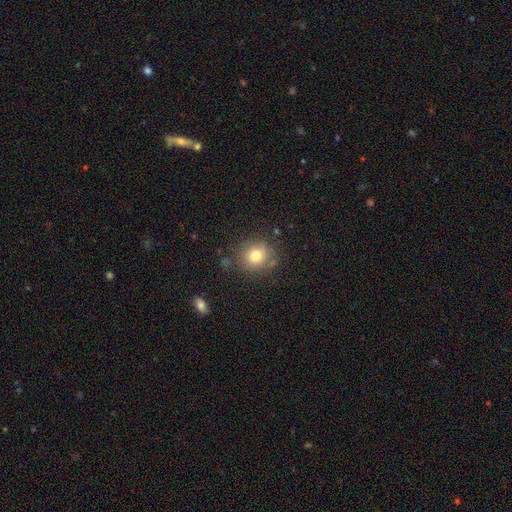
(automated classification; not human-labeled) A smooth galaxy with no disk features (79%) that is round (85%).

Vote fractions:
- Smooth or featured? smooth: 79% / star or artifact: 12% / featured or disk: 9%
- How rounded? round: 85% / in between: 14% / cigar-shaped: 1%
- Merging? none: 81% / minor disturbance: 12% / merger: 4% / major disturbance: 4%